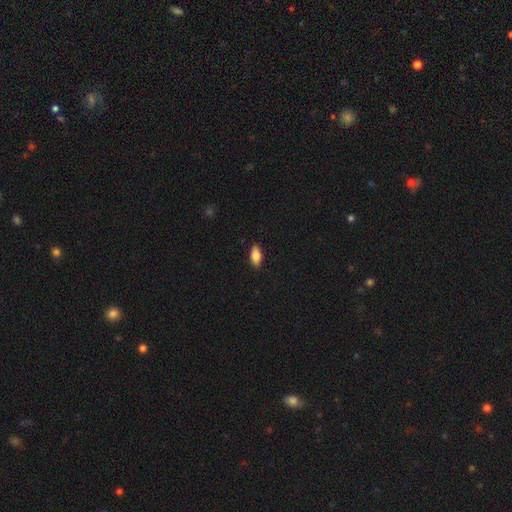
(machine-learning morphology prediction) Smooth or featured? Predicted: smooth (p=0.84). How rounded? Predicted: in between (p=0.90). Merging? Predicted: none (p=0.89).